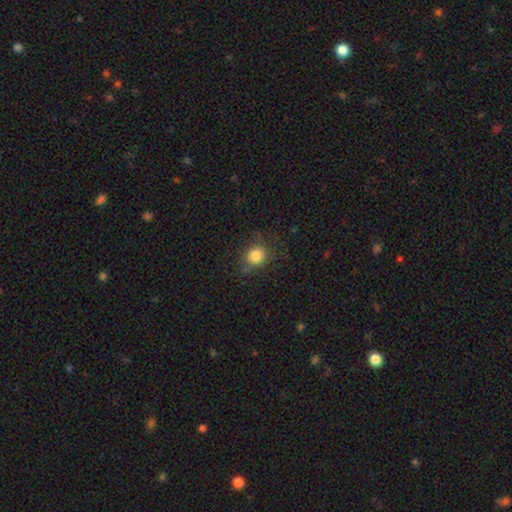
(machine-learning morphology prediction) The model was most divided on "merging": none: 77%, minor disturbance: 16%, major disturbance: 5%, merger: 2%. More confident: how rounded — round (84%); smooth or featured — smooth (83%).